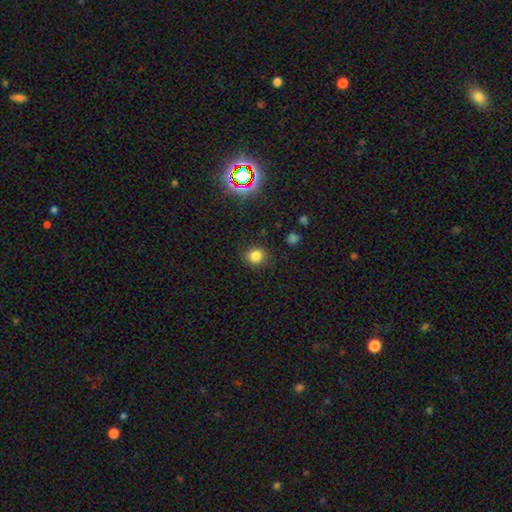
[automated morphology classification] Smooth or featured? Predicted: smooth (p=0.80). How rounded? Predicted: round (p=0.80). Merging? Predicted: none (p=0.86).